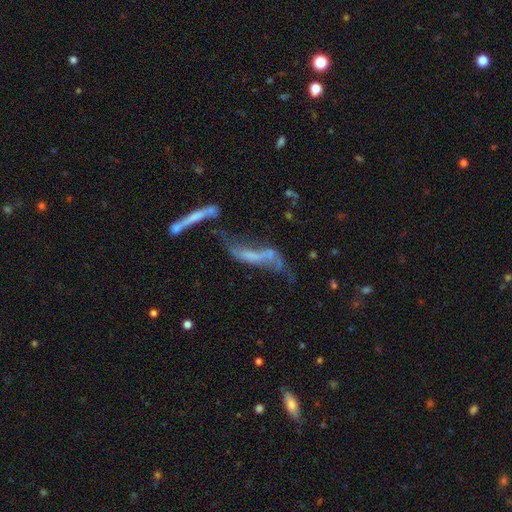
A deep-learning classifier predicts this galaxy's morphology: Smooth or featured? Predicted: featured or disk (p=0.58). Edge-on disk? Predicted: no (p=0.74). Merging? Predicted: merger (p=0.45).